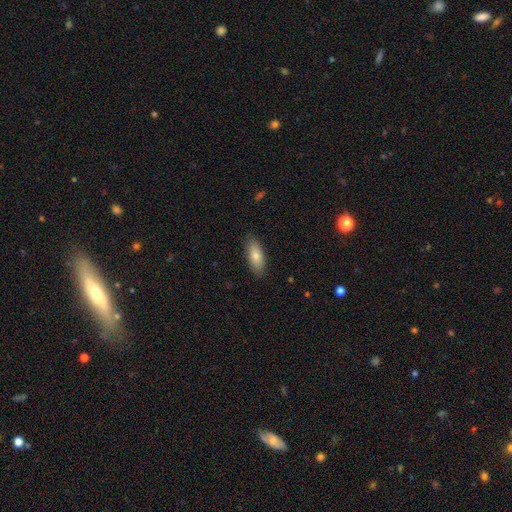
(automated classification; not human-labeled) This is likely a smooth galaxy (79%). How rounded: likely in between (78%). Merging: clearly none (87%).